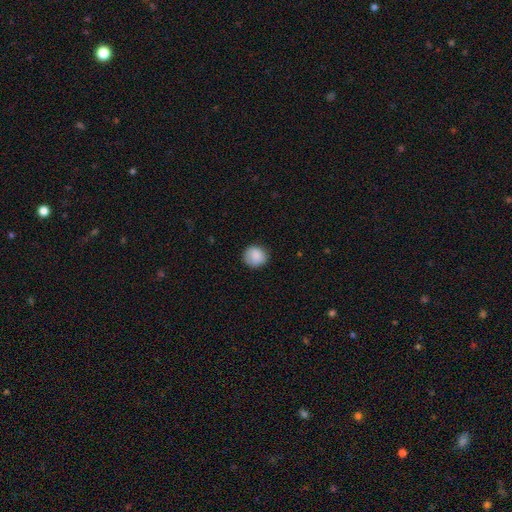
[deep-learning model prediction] A smooth galaxy with no disk features (88%) that is round (85%). Merging: none (84%).